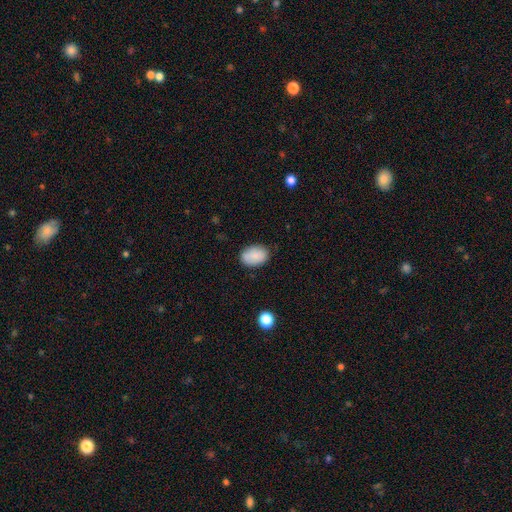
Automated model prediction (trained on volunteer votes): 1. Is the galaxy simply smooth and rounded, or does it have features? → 84% smooth, 8% featured or disk, 8% star or artifact.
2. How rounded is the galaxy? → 83% in between, 16% round, 1% cigar-shaped.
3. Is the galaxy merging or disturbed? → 78% none, 16% minor disturbance, 3% major disturbance, 2% merger.